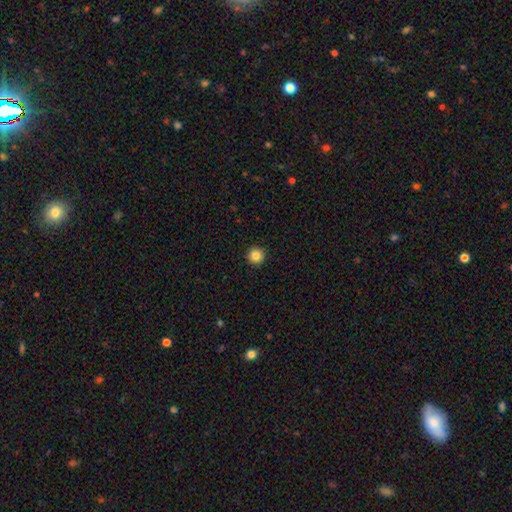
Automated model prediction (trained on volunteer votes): A smooth galaxy with no disk features (85%) that is round (96%). Merging: none (93%).